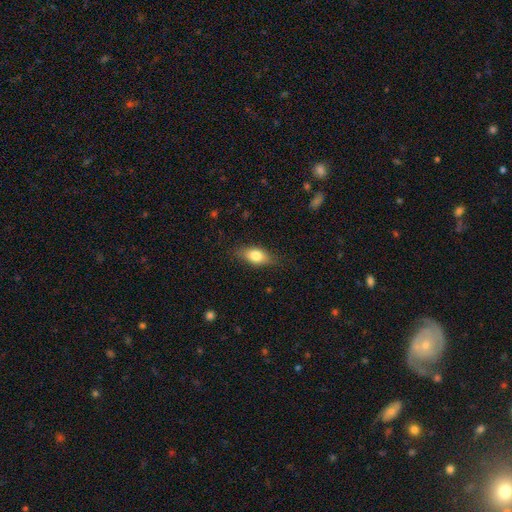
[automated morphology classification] The model was most divided on "smooth or featured": smooth: 77%, featured or disk: 15%, star or artifact: 7%. More confident: how rounded — in between (82%); merging — none (81%).